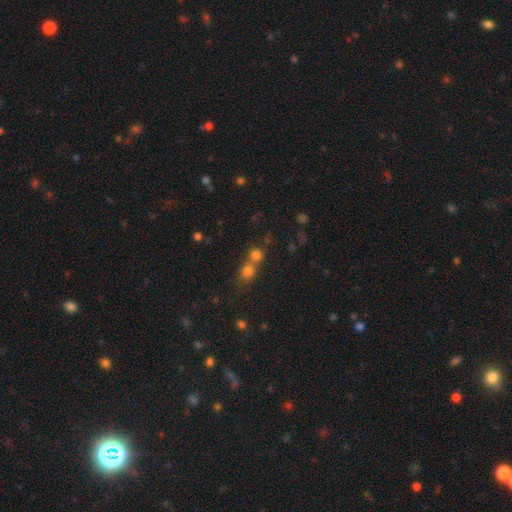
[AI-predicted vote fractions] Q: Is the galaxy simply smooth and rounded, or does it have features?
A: smooth — 73%.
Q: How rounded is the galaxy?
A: round — 84%.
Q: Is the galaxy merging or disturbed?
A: merger — 51%.